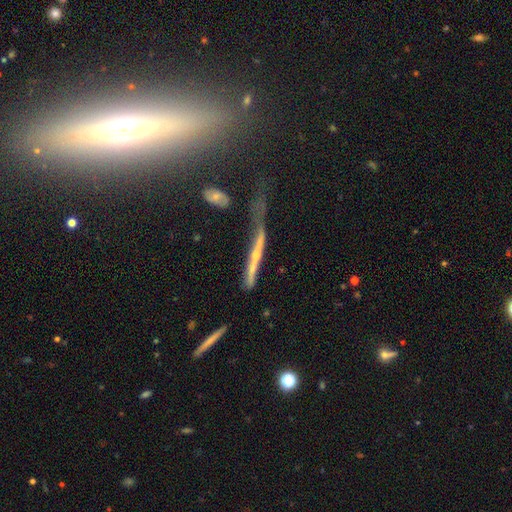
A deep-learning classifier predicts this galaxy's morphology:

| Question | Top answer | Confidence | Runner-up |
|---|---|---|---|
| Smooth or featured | featured or disk | 68% | smooth (22%) |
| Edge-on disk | yes | 78% | no (22%) |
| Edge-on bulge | rounded | 54% | none (37%) |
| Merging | major disturbance | 34% | none (30%) |